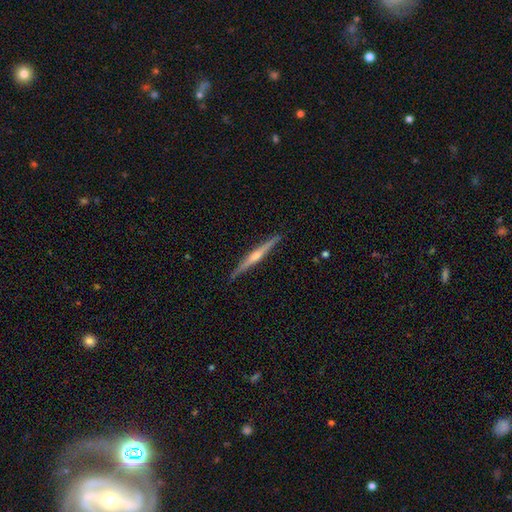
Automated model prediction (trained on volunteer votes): This is likely a featured or disk galaxy (77%). It is clearly viewed edge-on (98%). Edge-on bulge: clearly rounded (83%). Merging: clearly none (91%).